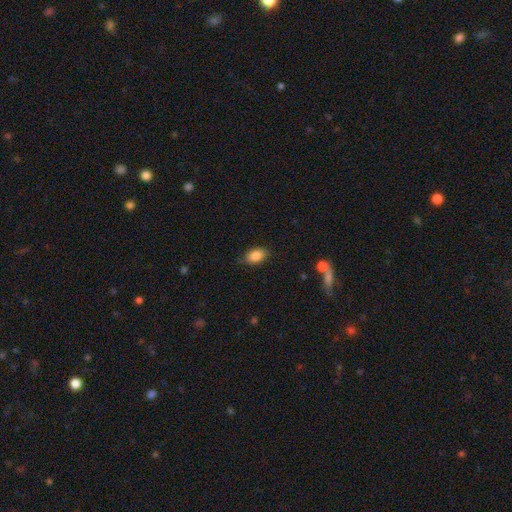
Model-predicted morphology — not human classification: Smooth or featured? Predicted: smooth (p=0.87). How rounded? Predicted: in between (p=0.87). Merging? Predicted: none (p=0.79).